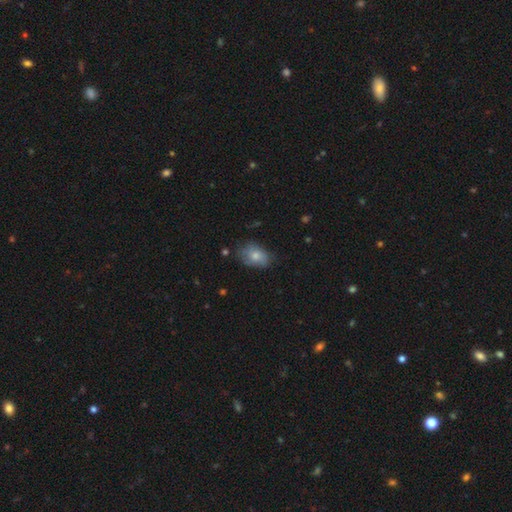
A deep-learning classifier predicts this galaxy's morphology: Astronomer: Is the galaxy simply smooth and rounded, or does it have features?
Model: smooth — 74%.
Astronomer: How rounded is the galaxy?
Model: in between — 80%.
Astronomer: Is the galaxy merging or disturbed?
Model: none — 59%.